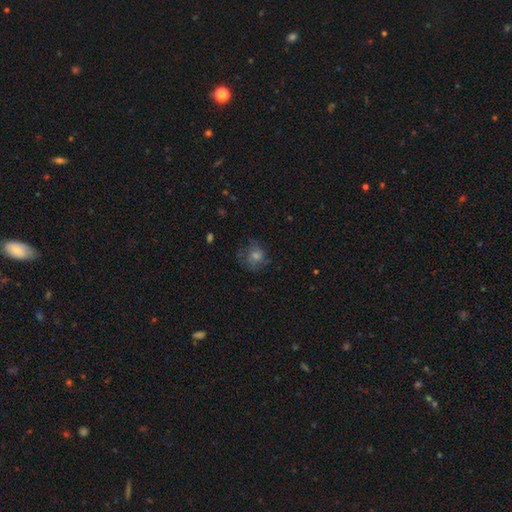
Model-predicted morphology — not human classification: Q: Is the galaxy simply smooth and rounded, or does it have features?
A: smooth — 45%.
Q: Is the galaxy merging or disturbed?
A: none — 68%.